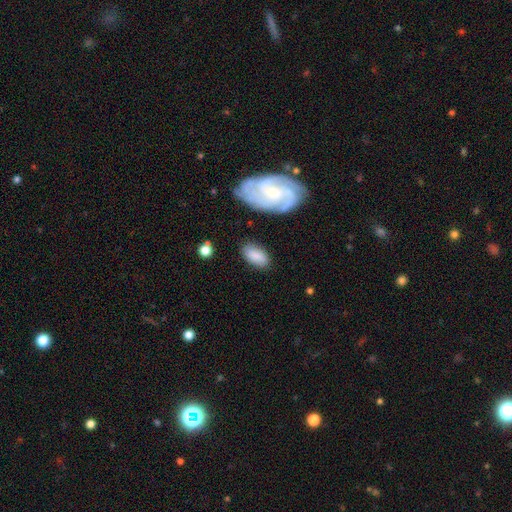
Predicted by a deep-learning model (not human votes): Q: Smooth or featured?
A: smooth (78%); runner-up: featured or disk (16%)
Q: How rounded?
A: in between (92%); runner-up: cigar-shaped (5%)
Q: Merging?
A: none (78%); runner-up: minor disturbance (15%)